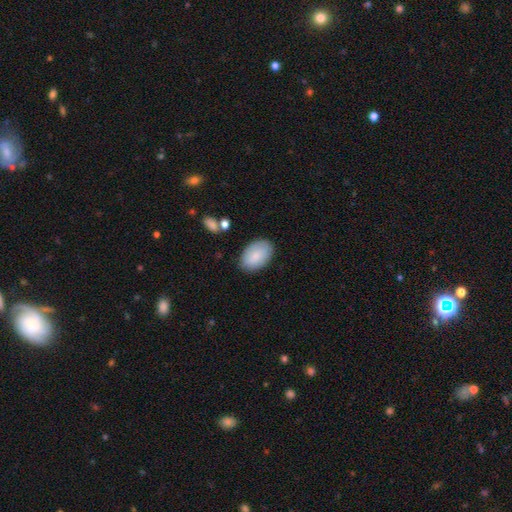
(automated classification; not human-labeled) smooth 82%, featured or disk 12%, star or artifact 6%. Down the decision tree: how rounded — in between (93%); merging — none (82%).